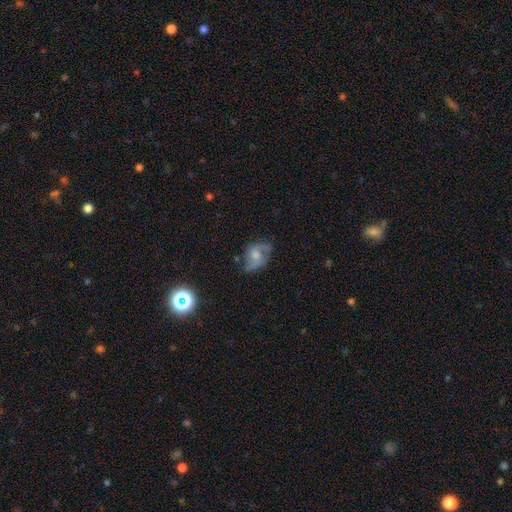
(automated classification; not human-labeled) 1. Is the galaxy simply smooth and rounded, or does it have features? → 52% featured or disk, 39% smooth, 10% star or artifact.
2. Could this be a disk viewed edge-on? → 96% no, 4% yes.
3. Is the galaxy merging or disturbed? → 50% none, 30% minor disturbance, 17% major disturbance, 3% merger.